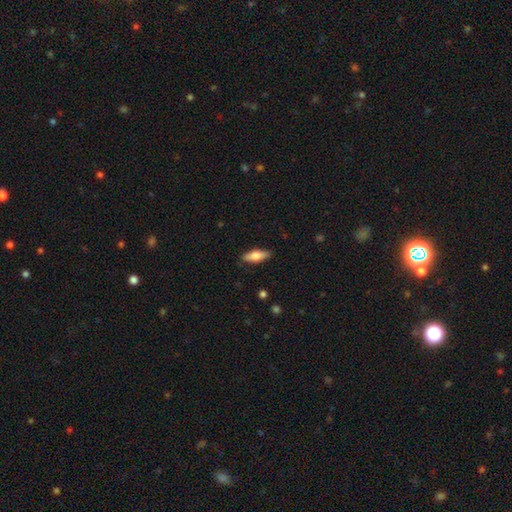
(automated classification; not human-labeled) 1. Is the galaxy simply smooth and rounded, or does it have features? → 69% smooth, 25% featured or disk, 6% star or artifact.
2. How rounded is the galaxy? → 62% in between, 36% cigar-shaped, 2% round.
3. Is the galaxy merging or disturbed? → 87% none, 10% minor disturbance, 2% major disturbance, 1% merger.